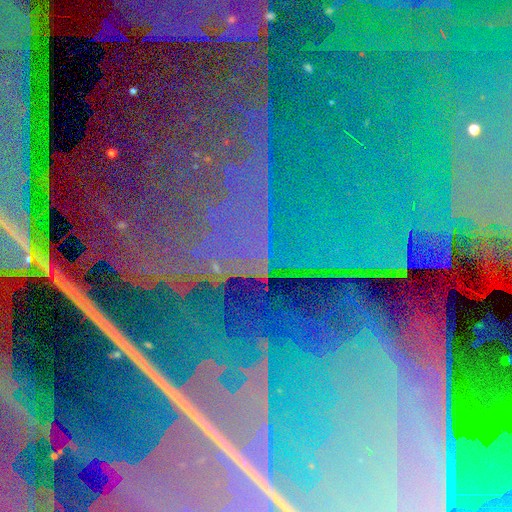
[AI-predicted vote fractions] This is clearly a star or artifact rather than a galaxy (88%).